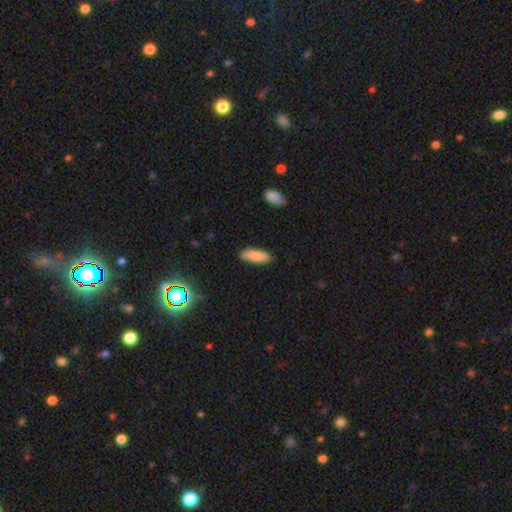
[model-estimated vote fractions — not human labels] smooth-or-featured: smooth: 84% | featured or disk: 9% | star or artifact: 7%
  how-rounded: in between: 68% | cigar-shaped: 30% | round: 2%
  merging: none: 82% | minor disturbance: 14% | major disturbance: 2% | merger: 2%